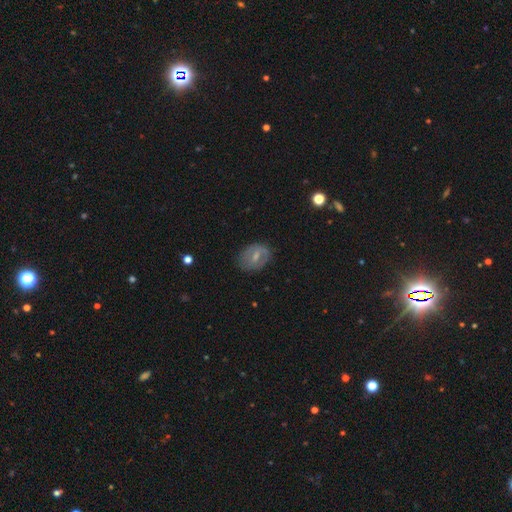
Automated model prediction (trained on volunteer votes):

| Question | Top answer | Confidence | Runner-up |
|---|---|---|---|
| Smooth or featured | smooth | 46% | featured or disk (45%) |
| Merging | none | 72% | minor disturbance (20%) |